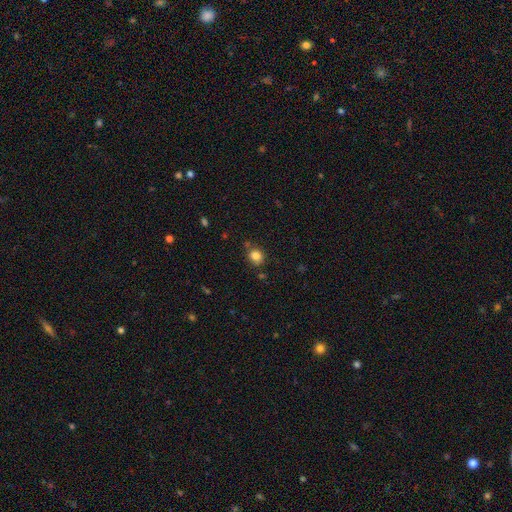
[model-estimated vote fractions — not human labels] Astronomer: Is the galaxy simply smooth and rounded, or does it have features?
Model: smooth — 83%.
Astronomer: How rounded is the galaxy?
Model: round — 70%.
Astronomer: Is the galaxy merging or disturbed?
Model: none — 79%.